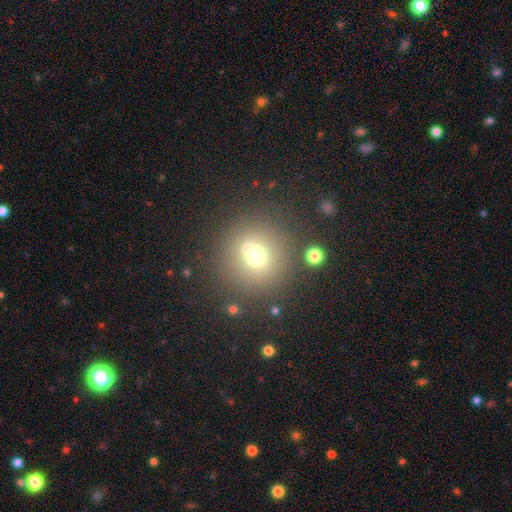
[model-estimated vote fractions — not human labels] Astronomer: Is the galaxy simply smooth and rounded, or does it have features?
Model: smooth — 66%.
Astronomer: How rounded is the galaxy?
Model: round — 93%.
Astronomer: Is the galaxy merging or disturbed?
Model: none — 75%.